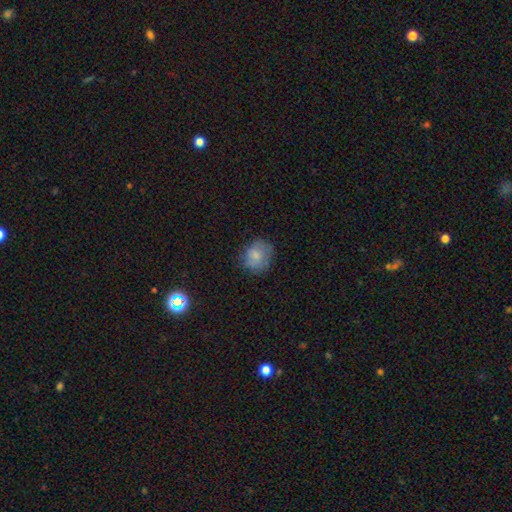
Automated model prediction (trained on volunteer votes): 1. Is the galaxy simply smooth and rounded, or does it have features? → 76% smooth, 15% featured or disk, 9% star or artifact.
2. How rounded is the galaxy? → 69% round, 30% in between, 1% cigar-shaped.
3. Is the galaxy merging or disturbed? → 67% none, 23% minor disturbance, 9% major disturbance, 2% merger.